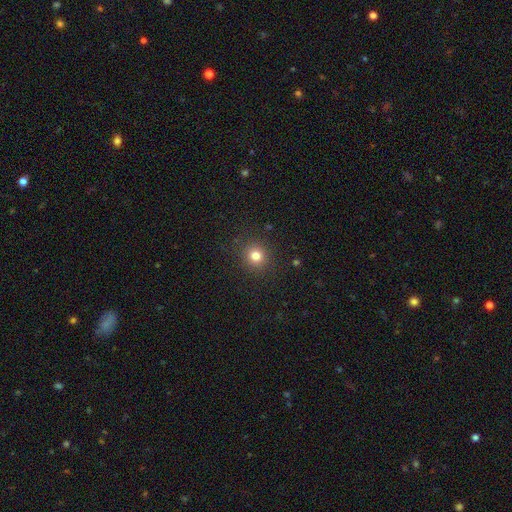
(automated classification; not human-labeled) Smooth or featured: smooth — 80% (star or artifact — 14%)
How rounded: round — 90% (in between — 9%)
Merging: none — 89% (minor disturbance — 7%)